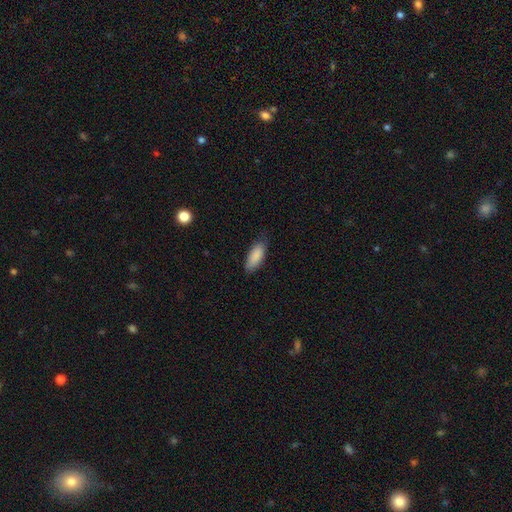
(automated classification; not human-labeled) This appears to be a smooth galaxy with no disk features (89%) that is in between round and cigar-shaped (78%). Merging: none (78%).